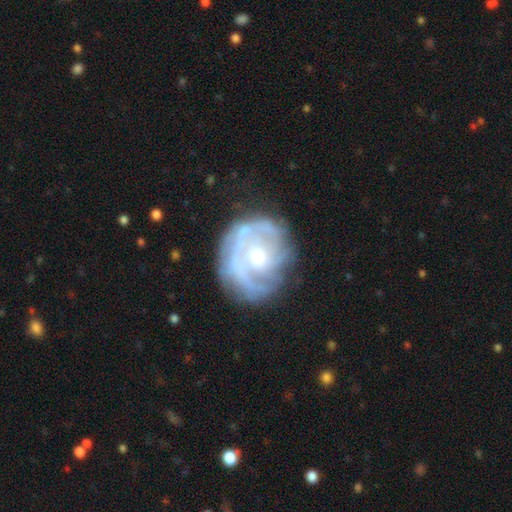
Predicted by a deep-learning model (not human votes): Smooth or featured? Predicted: featured or disk (p=0.76). Edge-on disk? Predicted: no (p=0.97). Bar? Predicted: no (p=0.72). Spiral arms? Predicted: yes (p=0.75). Spiral winding? Predicted: tight (p=0.55). Spiral arm count? Predicted: can't tell (p=0.38). Bulge size? Predicted: moderate (p=0.60). Merging? Predicted: none (p=0.64).